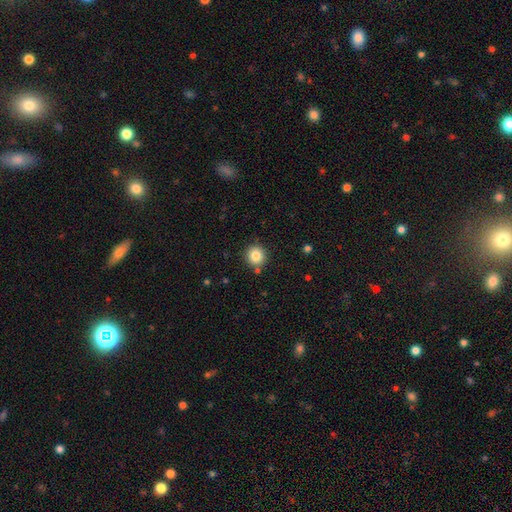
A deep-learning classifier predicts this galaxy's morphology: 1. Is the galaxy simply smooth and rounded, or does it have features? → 84% smooth, 11% star or artifact, 6% featured or disk.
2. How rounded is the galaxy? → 92% round, 7% in between, 1% cigar-shaped.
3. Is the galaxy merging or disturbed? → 86% none, 8% minor disturbance, 4% merger, 2% major disturbance.